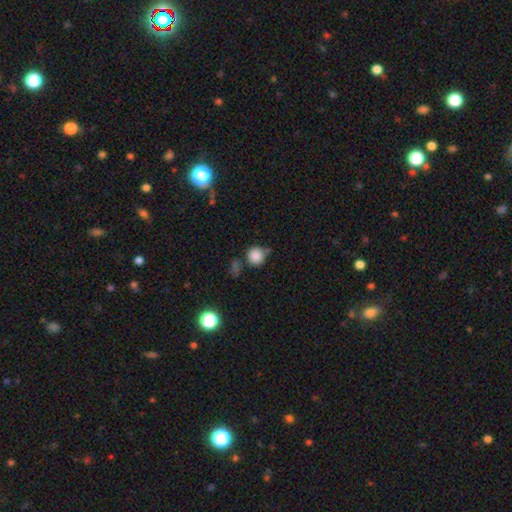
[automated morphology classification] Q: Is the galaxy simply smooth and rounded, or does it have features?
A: smooth — 84%.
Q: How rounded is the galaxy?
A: round — 92%.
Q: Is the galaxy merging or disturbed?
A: none — 62%.